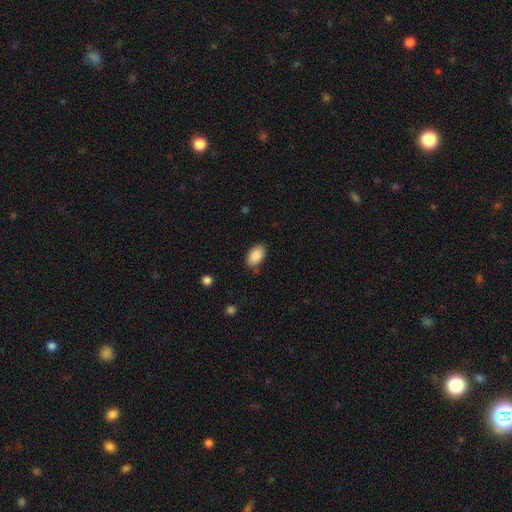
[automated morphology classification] A smooth galaxy with no disk features (89%) that is in between round and cigar-shaped (93%).

Vote fractions:
- Smooth or featured? smooth: 89% / star or artifact: 7% / featured or disk: 4%
- How rounded? in between: 93% / round: 5% / cigar-shaped: 1%
- Merging? none: 80% / minor disturbance: 15% / major disturbance: 3% / merger: 2%